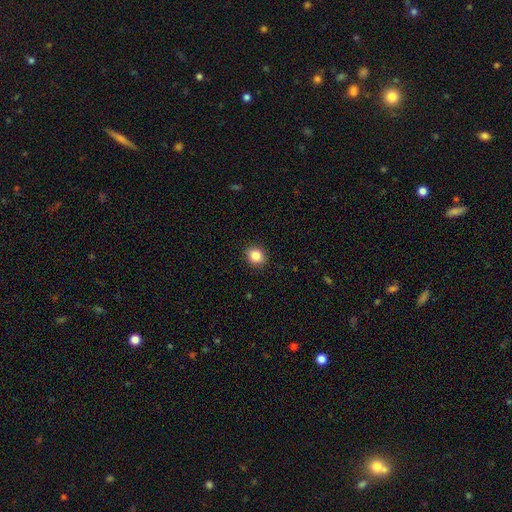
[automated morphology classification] A smooth galaxy with no disk features (85%) that is round (72%).

Vote fractions:
- Smooth or featured? smooth: 85% / star or artifact: 10% / featured or disk: 5%
- How rounded? round: 72% / in between: 27% / cigar-shaped: 1%
- Merging? none: 90% / minor disturbance: 7% / major disturbance: 2% / merger: 1%